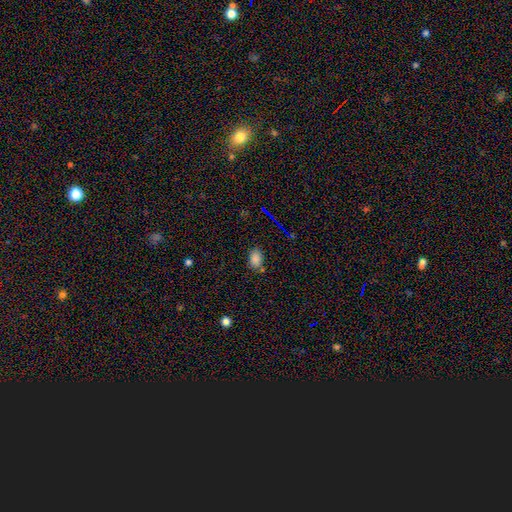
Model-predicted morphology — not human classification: smooth 76%, star or artifact 18%, featured or disk 6%. Down the decision tree: how rounded — in between (81%); merging — none (75%).